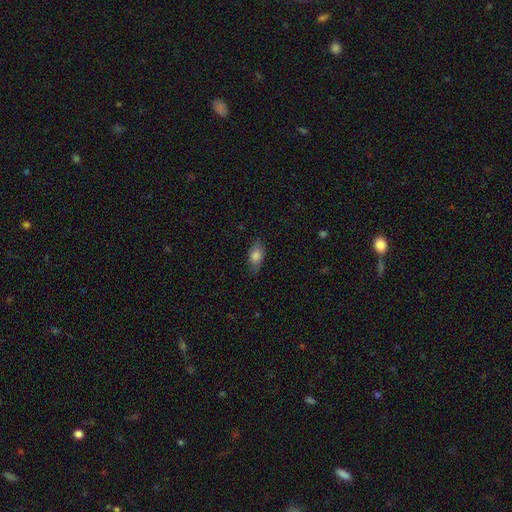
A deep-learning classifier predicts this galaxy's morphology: A smooth galaxy with no disk features (80%) that is in between round and cigar-shaped (86%).

Vote fractions:
- Smooth or featured? smooth: 80% / featured or disk: 12% / star or artifact: 8%
- How rounded? in between: 86% / round: 8% / cigar-shaped: 7%
- Merging? none: 79% / minor disturbance: 16% / major disturbance: 4% / merger: 1%